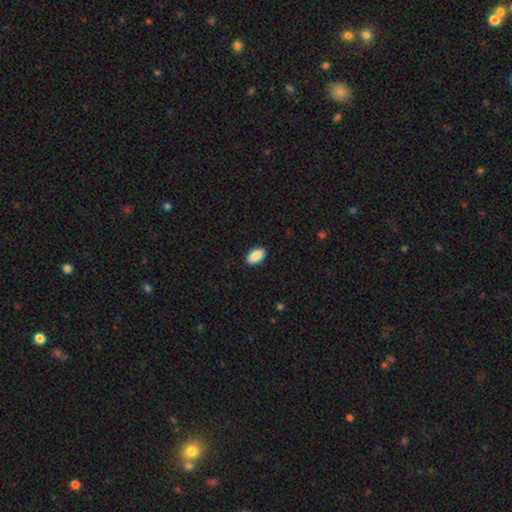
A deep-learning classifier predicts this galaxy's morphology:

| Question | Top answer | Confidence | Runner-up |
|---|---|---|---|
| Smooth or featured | smooth | 90% | star or artifact (7%) |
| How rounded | in between | 94% | cigar-shaped (3%) |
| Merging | none | 89% | minor disturbance (8%) |